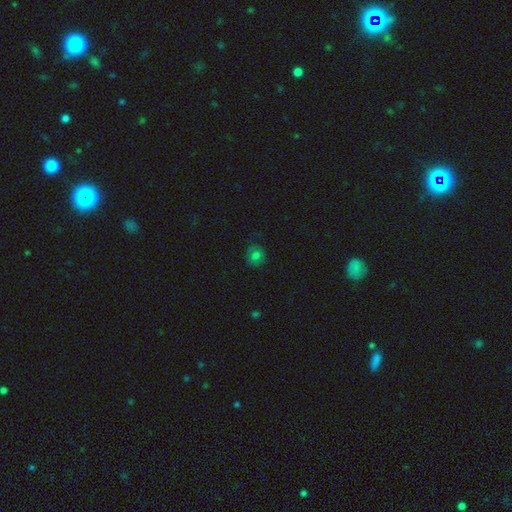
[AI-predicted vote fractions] A smooth galaxy with no disk features (72%) that is round (81%).

Vote fractions:
- Smooth or featured? smooth: 72% / star or artifact: 15% / featured or disk: 13%
- How rounded? round: 81% / in between: 18% / cigar-shaped: 1%
- Merging? none: 78% / minor disturbance: 16% / major disturbance: 5% / merger: 1%